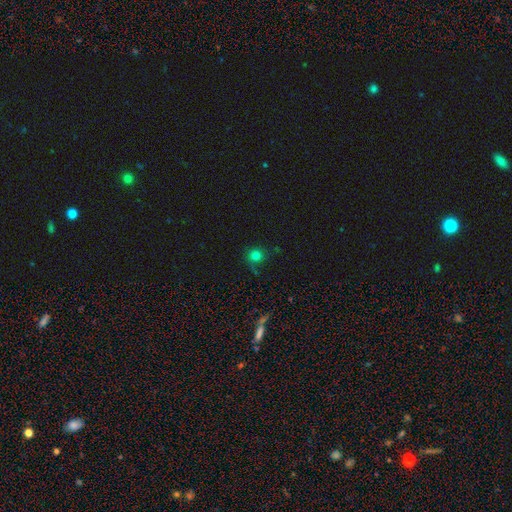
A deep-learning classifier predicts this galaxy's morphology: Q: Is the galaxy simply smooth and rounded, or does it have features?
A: smooth — 75%.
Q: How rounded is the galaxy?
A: round — 91%.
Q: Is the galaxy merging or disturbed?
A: none — 74%.